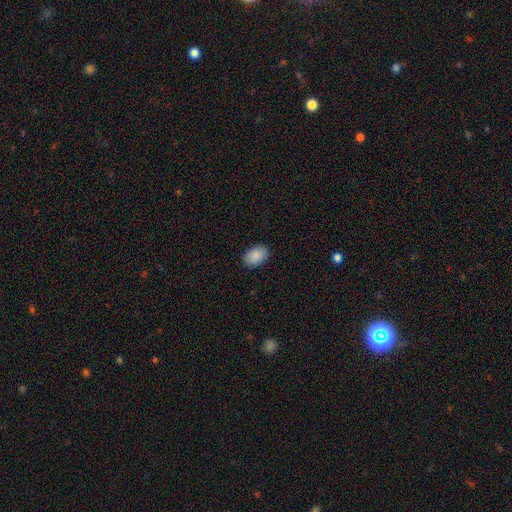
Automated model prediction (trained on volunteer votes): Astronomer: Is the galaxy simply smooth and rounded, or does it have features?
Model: smooth — 89%.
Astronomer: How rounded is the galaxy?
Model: in between — 89%.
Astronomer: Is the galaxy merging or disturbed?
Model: none — 89%.